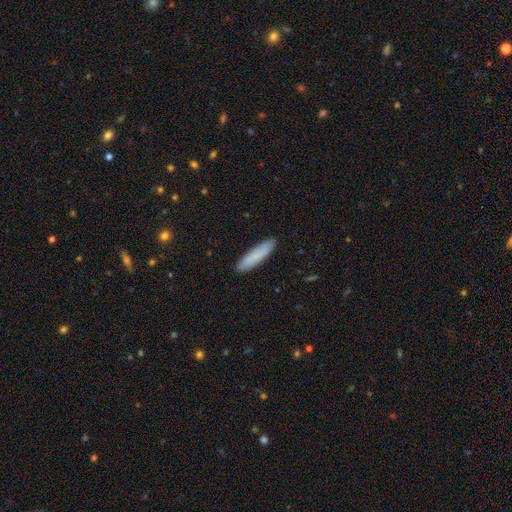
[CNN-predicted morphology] Smooth or featured? Predicted: smooth (p=0.81). How rounded? Predicted: cigar-shaped (p=0.80). Merging? Predicted: none (p=0.90).